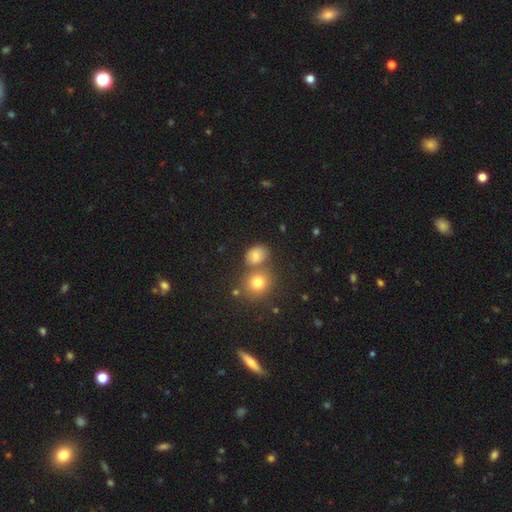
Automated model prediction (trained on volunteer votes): smooth_or_featured: smooth (p=0.74) [alt: star or artifact p=0.15]
how_rounded: round (p=0.56) [alt: in between p=0.43]
merging: none (p=0.60) [alt: merger p=0.23]